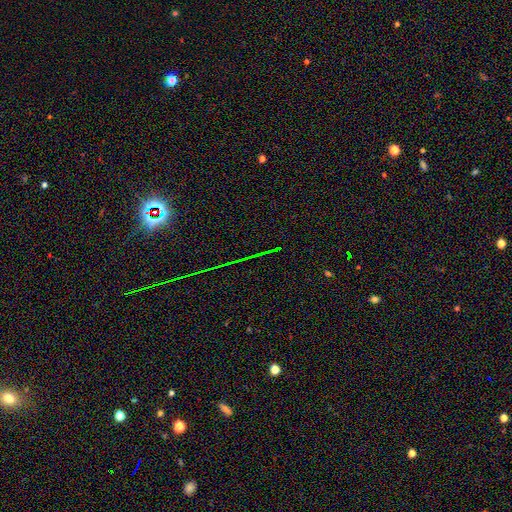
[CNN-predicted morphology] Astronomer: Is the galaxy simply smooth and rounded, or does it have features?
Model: star or artifact — 80%.